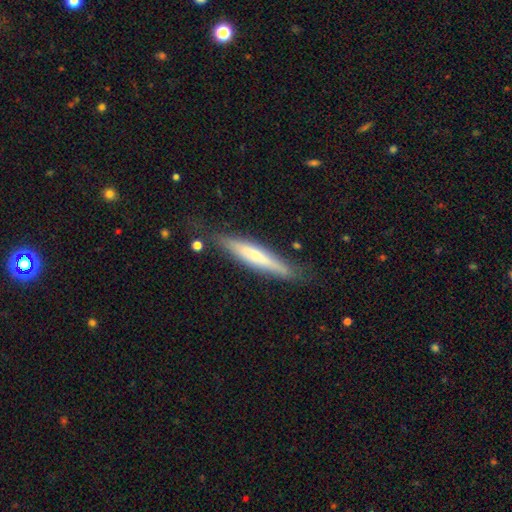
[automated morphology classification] smooth-or-featured: smooth: 48% | featured or disk: 46% | star or artifact: 6%
  merging: none: 76% | minor disturbance: 17% | major disturbance: 4% | merger: 3%